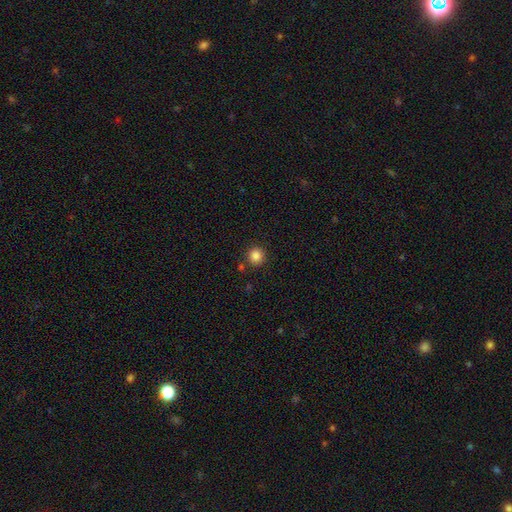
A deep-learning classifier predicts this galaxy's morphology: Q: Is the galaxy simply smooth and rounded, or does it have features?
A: smooth — 85%.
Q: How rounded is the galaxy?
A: round — 93%.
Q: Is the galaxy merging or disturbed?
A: none — 87%.